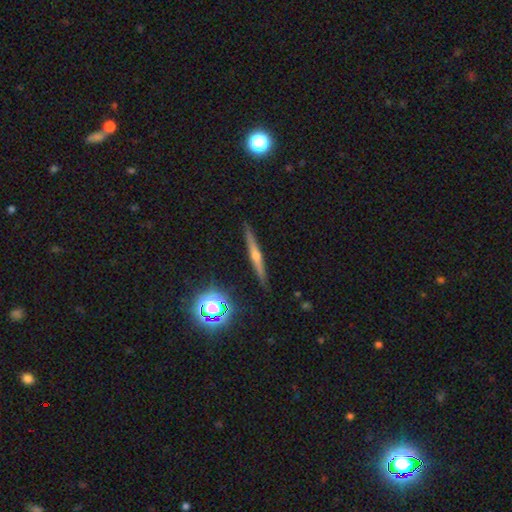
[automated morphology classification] Smooth or featured? featured or disk (65%)
Edge-on disk? yes (97%)
Edge-on bulge? rounded (86%)
Merging? none (89%)